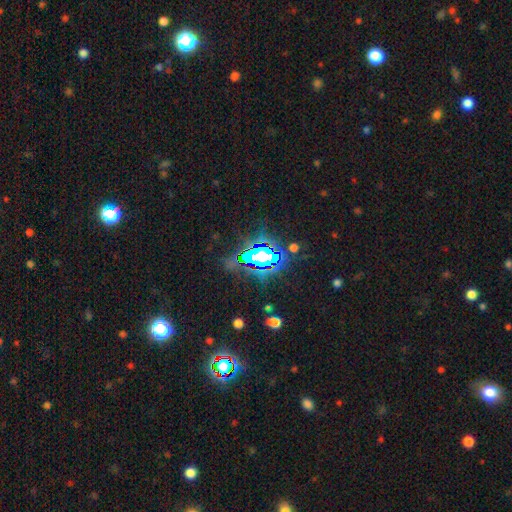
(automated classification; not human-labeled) smooth_or_featured: star or artifact (p=0.80) [alt: smooth p=0.12]